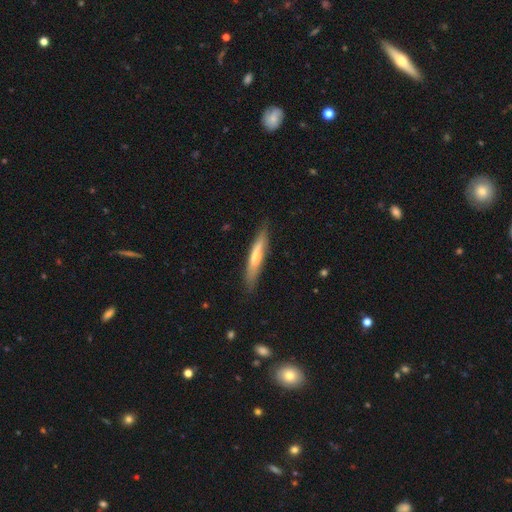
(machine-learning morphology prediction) This appears to be a smooth galaxy with no disk features (55%) that is cigar-shaped (92%). Merging: none (84%).